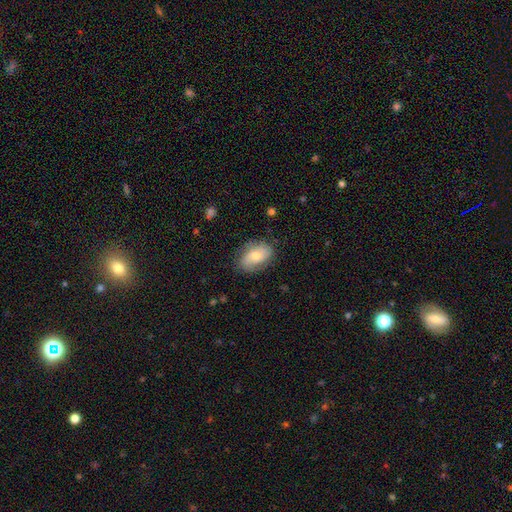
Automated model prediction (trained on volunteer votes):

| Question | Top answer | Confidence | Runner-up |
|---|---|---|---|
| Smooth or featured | smooth | 60% | featured or disk (33%) |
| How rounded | in between | 89% | round (9%) |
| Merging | none | 74% | minor disturbance (19%) |